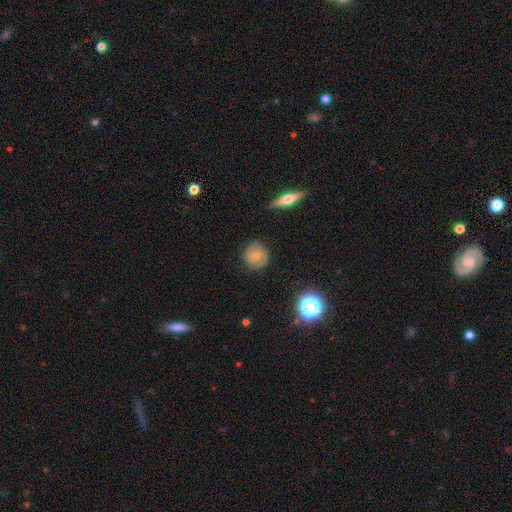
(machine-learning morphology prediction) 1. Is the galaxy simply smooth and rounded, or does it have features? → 53% smooth, 36% featured or disk, 11% star or artifact.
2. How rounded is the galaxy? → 86% round, 12% in between, 1% cigar-shaped.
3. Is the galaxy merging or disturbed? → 79% none, 16% minor disturbance, 4% major disturbance, 1% merger.